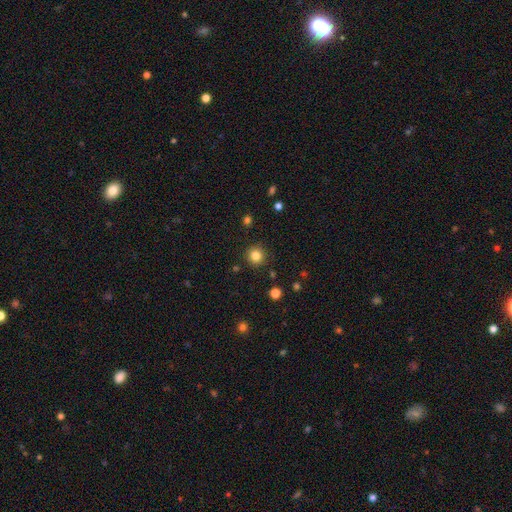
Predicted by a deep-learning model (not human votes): smooth_or_featured: smooth (p=0.83) [alt: star or artifact p=0.12]
how_rounded: round (p=0.94) [alt: in between p=0.05]
merging: none (p=0.90) [alt: minor disturbance p=0.06]